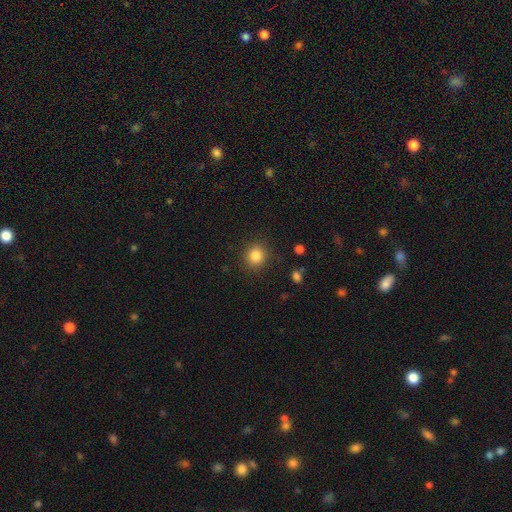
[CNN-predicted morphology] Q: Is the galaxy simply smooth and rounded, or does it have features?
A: smooth — 84%.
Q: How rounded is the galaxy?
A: round — 86%.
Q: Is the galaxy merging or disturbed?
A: none — 88%.